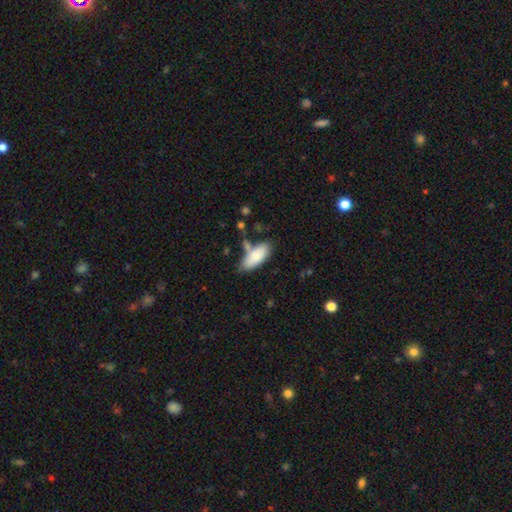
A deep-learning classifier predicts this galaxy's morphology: smooth_or_featured: smooth (p=0.82) [alt: featured or disk p=0.12]
how_rounded: in between (p=0.81) [alt: cigar-shaped p=0.17]
merging: none (p=0.57) [alt: minor disturbance p=0.22]